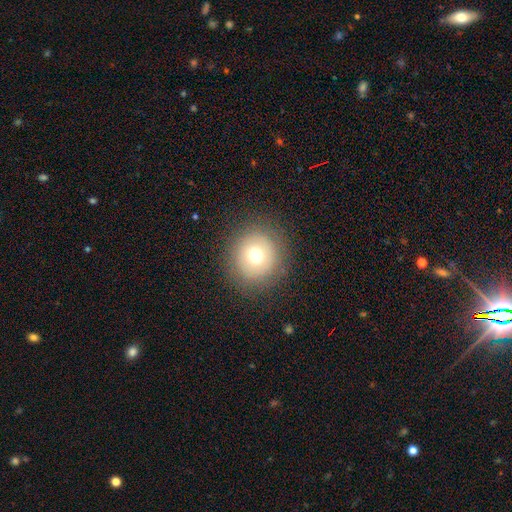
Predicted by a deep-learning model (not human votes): The model was most divided on "smooth or featured": smooth: 69%, featured or disk: 16%, star or artifact: 14%. More confident: how rounded — round (92%); merging — none (87%).